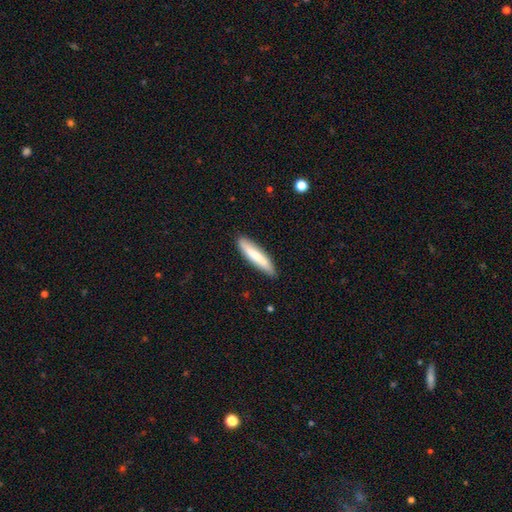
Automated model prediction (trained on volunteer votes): Smooth or featured: smooth — 77% (featured or disk — 18%)
How rounded: cigar-shaped — 85% (in between — 14%)
Merging: none — 85% (minor disturbance — 11%)